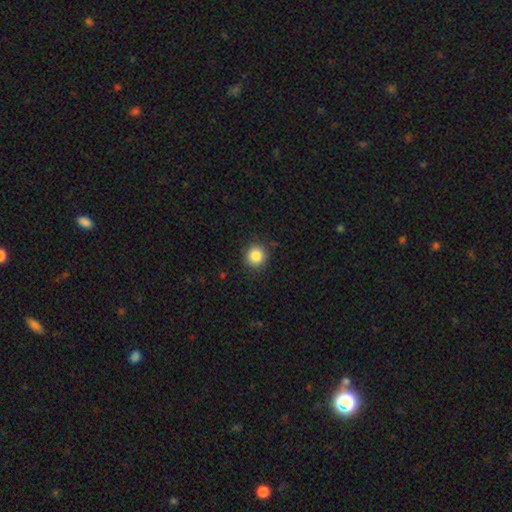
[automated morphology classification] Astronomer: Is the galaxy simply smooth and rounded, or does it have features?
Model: smooth — 86%.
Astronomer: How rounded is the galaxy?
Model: round — 92%.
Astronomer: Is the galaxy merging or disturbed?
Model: none — 89%.